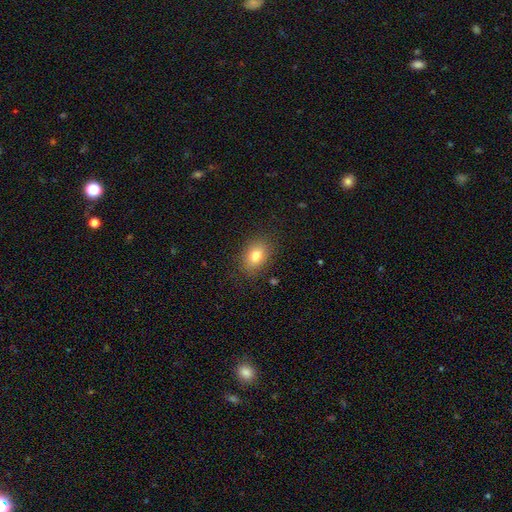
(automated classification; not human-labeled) Overall: smooth (80%). How rounded: in between (73%). Merging: none (85%).